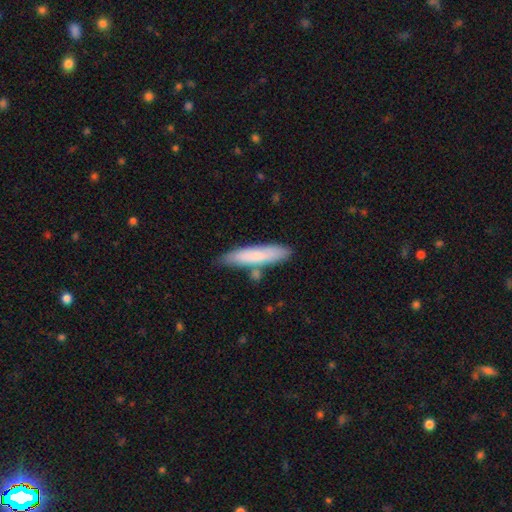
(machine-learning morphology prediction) This is likely a smooth galaxy (75%). How rounded: clearly cigar-shaped (82%). Merging: likely none (74%).